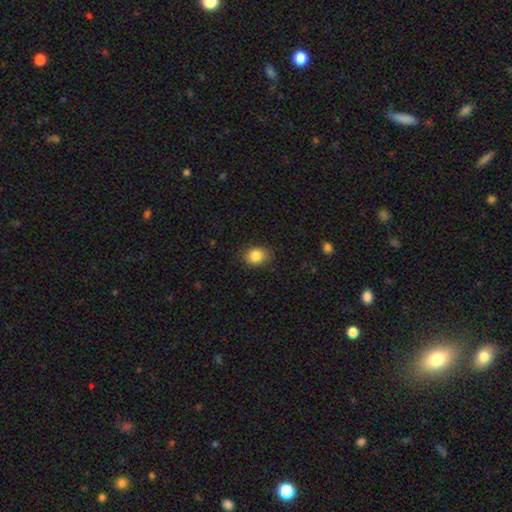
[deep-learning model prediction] This is clearly a smooth galaxy (85%). How rounded: possibly in between (50%). Merging: clearly none (82%).